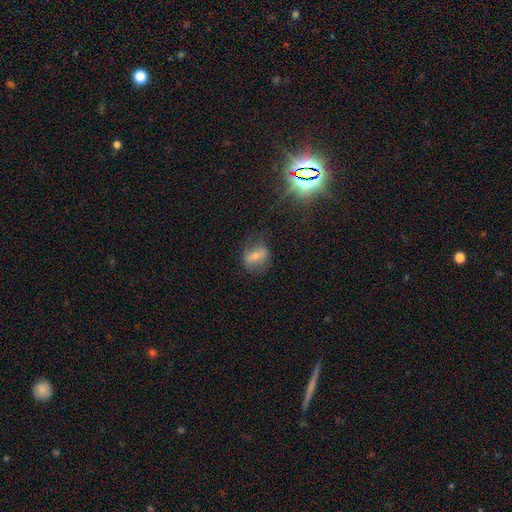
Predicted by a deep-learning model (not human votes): Smooth or featured? smooth (50%)
Merging? none (61%)